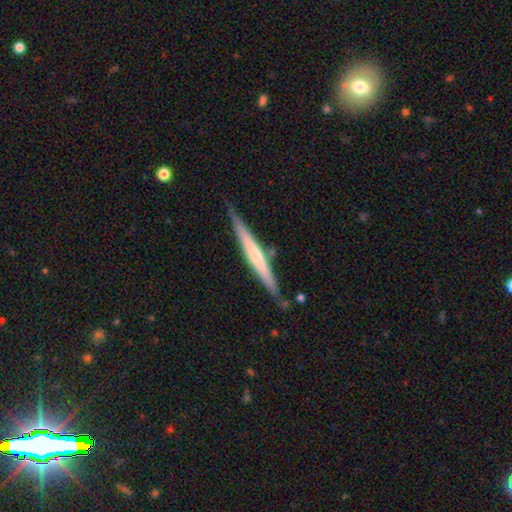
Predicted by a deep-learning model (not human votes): Smooth or featured: featured or disk — 60% (smooth — 35%)
Edge-on disk: yes — 97% (no — 3%)
Edge-on bulge: none — 45% (tied with rounded — 45%)
Merging: none — 82% (minor disturbance — 13%)